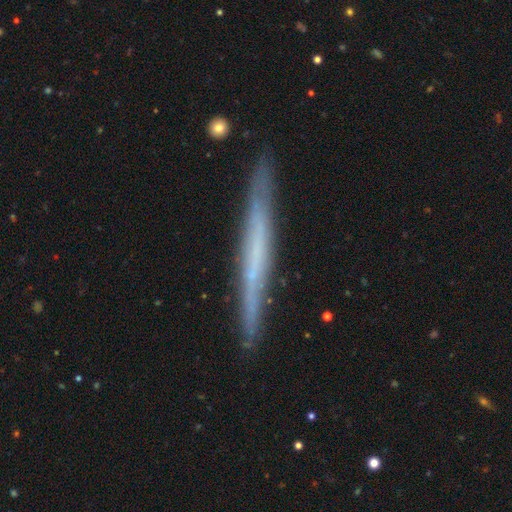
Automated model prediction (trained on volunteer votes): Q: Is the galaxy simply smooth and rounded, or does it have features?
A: featured or disk — 61%.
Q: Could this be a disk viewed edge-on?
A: yes — 95%.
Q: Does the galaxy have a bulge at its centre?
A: none — 87%.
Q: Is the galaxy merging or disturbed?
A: none — 88%.